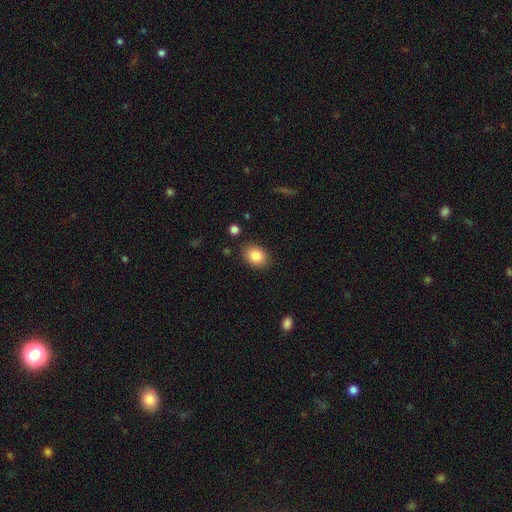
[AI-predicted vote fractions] smooth 86%, star or artifact 8%, featured or disk 6%. Down the decision tree: how rounded — in between (66%); merging — none (85%).